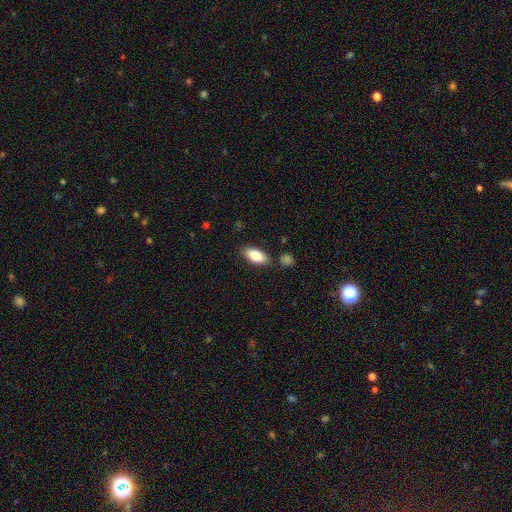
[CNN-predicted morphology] smooth_or_featured: smooth (p=0.82) [alt: featured or disk p=0.12]
how_rounded: in between (p=0.88) [alt: cigar-shaped p=0.09]
merging: none (p=0.83) [alt: minor disturbance p=0.11]